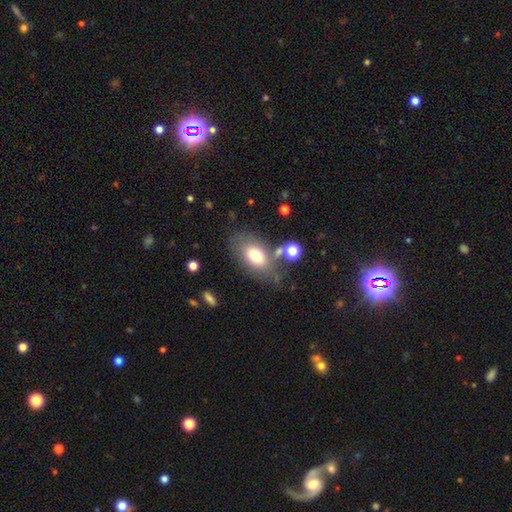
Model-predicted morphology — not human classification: Smooth or featured? Predicted: smooth (p=0.73). How rounded? Predicted: in between (p=0.88). Merging? Predicted: none (p=0.65).